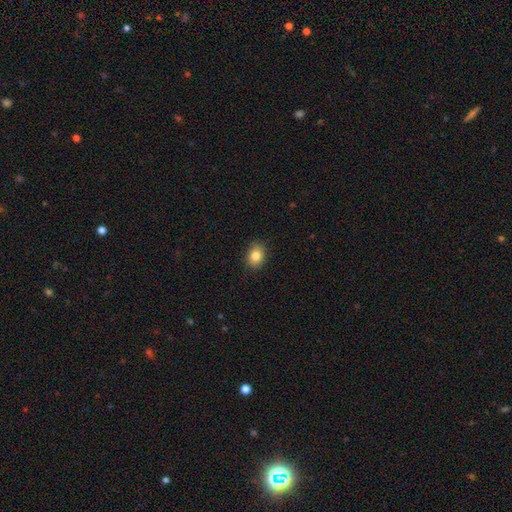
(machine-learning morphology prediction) Q: Smooth or featured?
A: smooth (84%); runner-up: star or artifact (10%)
Q: How rounded?
A: in between (62%); runner-up: round (37%)
Q: Merging?
A: none (88%); runner-up: minor disturbance (9%)